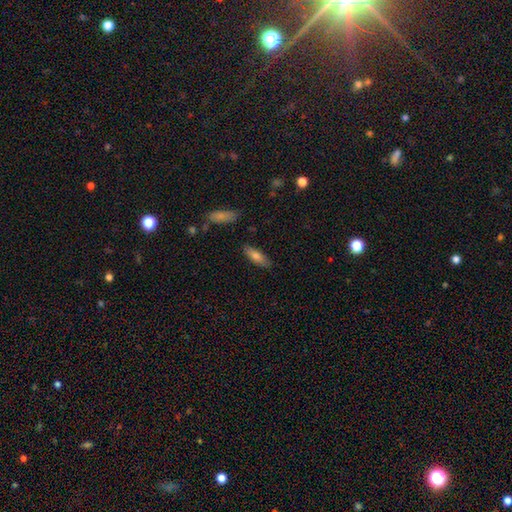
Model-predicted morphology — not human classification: Smooth or featured? smooth (76%)
How rounded? in between (59%)
Merging? none (84%)